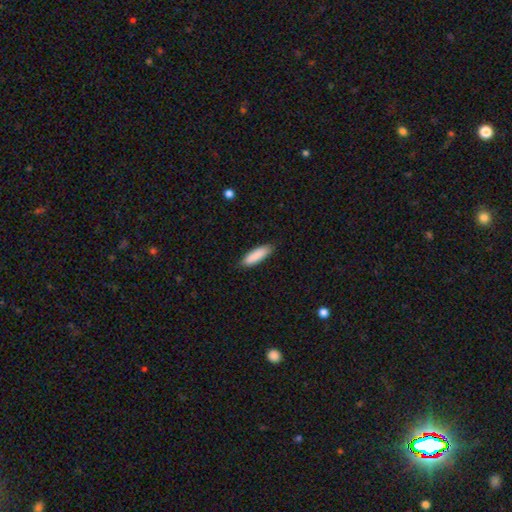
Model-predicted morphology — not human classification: A smooth galaxy with no disk features (89%) that is cigar-shaped (53%).

Vote fractions:
- Smooth or featured? smooth: 89% / star or artifact: 6% / featured or disk: 5%
- How rounded? cigar-shaped: 53% / in between: 46% / round: 1%
- Merging? none: 84% / minor disturbance: 12% / major disturbance: 2% / merger: 1%